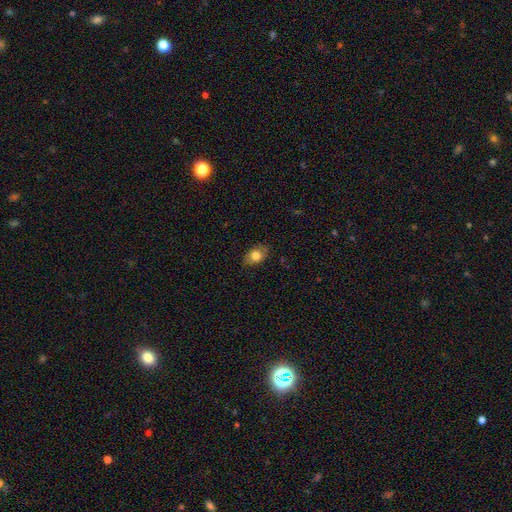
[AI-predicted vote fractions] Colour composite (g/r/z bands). It shows a smooth galaxy with no disk features (78%) that is in between round and cigar-shaped (78%). Merging: none (78%).